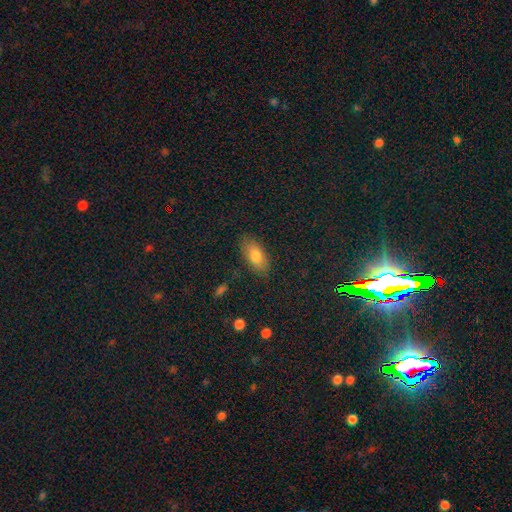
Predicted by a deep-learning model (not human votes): This appears to be a smooth galaxy with no disk features (78%) that is in between round and cigar-shaped (88%). Merging: none (84%).